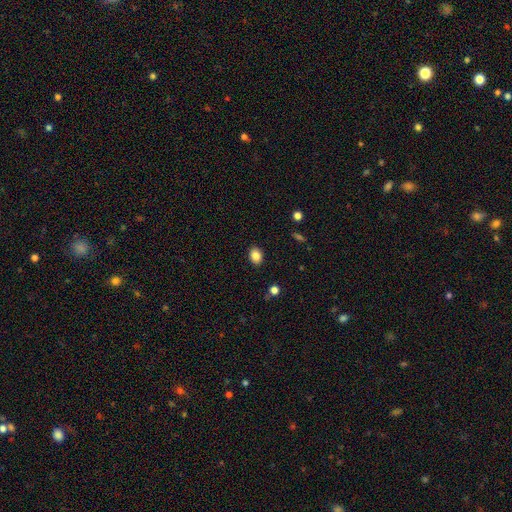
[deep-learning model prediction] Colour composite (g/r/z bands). It shows a smooth galaxy with no disk features (85%) that is in between round and cigar-shaped (72%). Merging: none (89%).